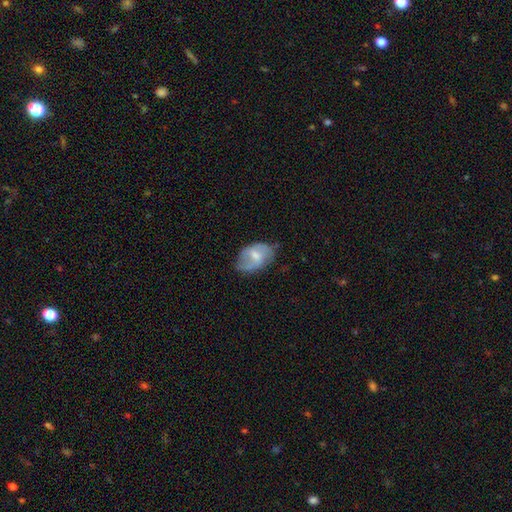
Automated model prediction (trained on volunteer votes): A featured or disk galaxy (51%).

Vote fractions:
- Smooth or featured? featured or disk: 51% / smooth: 42% / star or artifact: 7%
- Edge-on disk? no: 96% / yes: 4%
- Merging? none: 51% / minor disturbance: 33% / major disturbance: 14% / merger: 2%